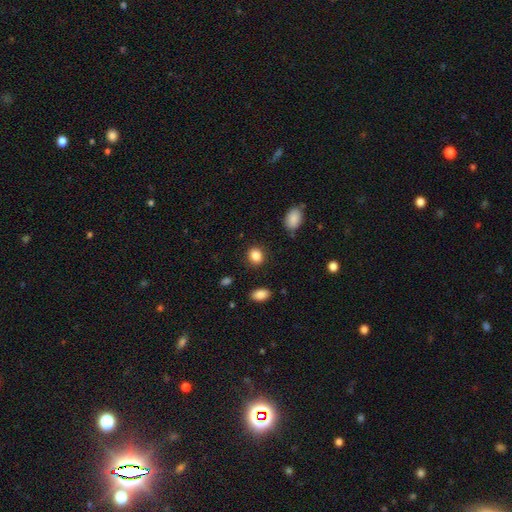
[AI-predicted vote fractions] Smooth or featured? smooth (87%)
How rounded? round (65%)
Merging? none (88%)